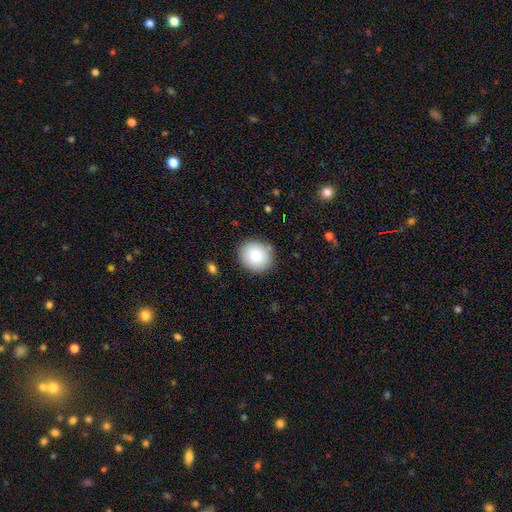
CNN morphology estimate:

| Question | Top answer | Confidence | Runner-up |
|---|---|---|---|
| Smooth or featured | smooth | 85% | star or artifact (8%) |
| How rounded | round | 82% | in between (17%) |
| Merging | none | 86% | minor disturbance (11%) |